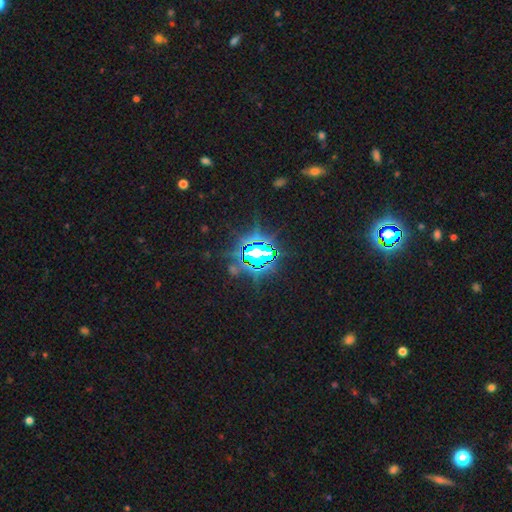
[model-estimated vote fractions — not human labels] smooth_or_featured: star or artifact (p=0.79) [alt: smooth p=0.11]